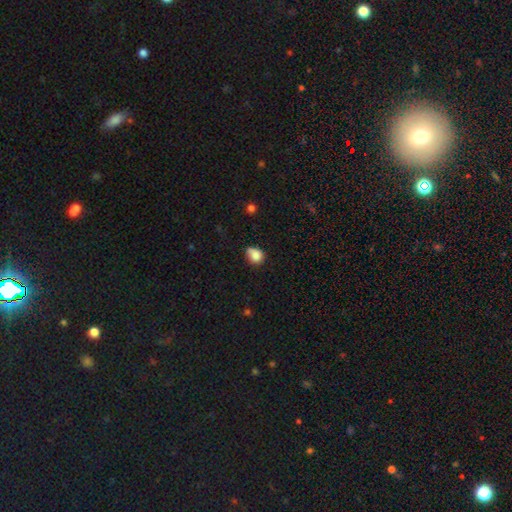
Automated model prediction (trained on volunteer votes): Morphology: type=smooth (82%); roundness=round (59%); merging=none (50%).